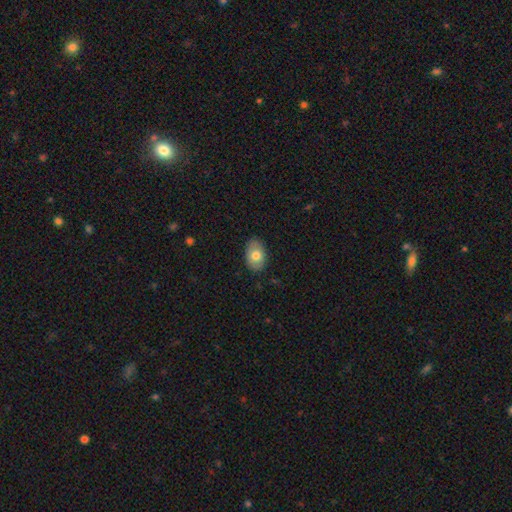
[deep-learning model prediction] A smooth galaxy with no disk features (73%) that is in between round and cigar-shaped (85%). Merging: none (85%).